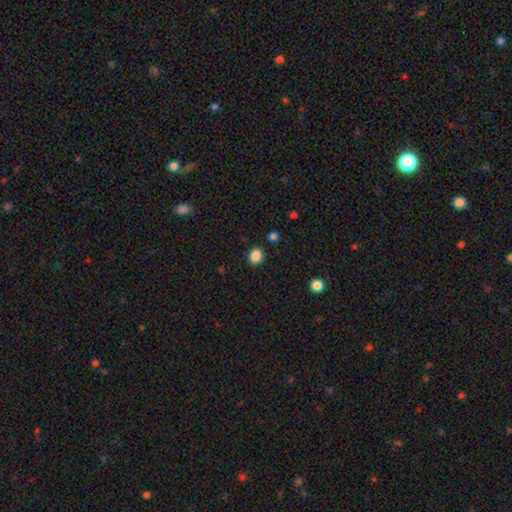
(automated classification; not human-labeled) Smooth or featured? Predicted: smooth (p=0.87). How rounded? Predicted: round (p=0.51). Merging? Predicted: none (p=0.86).